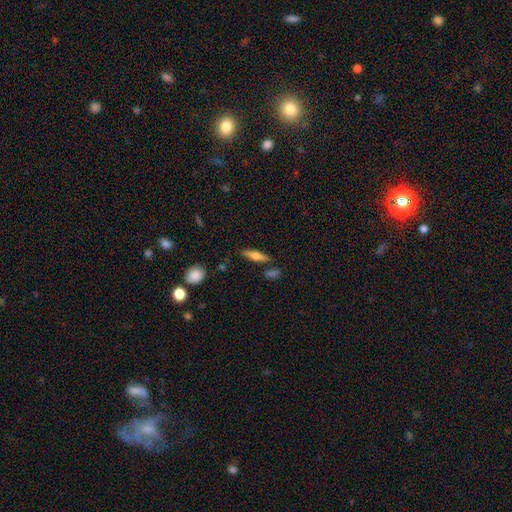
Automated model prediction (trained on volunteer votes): This appears to be a smooth galaxy with no disk features (50%) that is cigar-shaped (65%). Merging: none (80%).